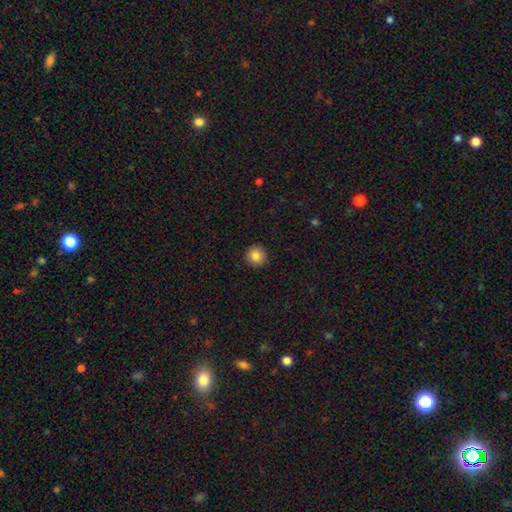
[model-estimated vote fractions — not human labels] The model was most divided on "smooth or featured": smooth: 86%, star or artifact: 9%, featured or disk: 5%. More confident: how rounded — round (94%); merging — none (92%).